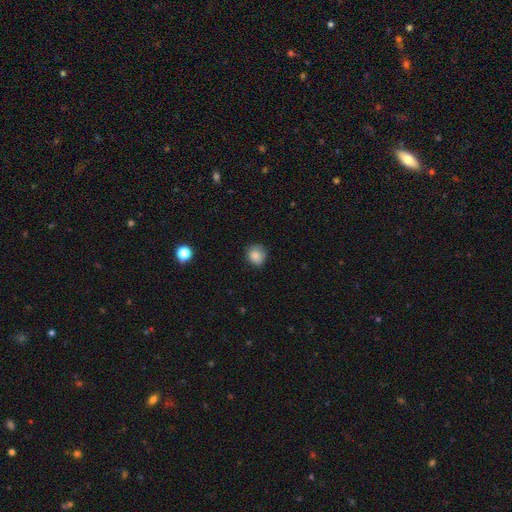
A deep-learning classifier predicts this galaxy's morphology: Q: Smooth or featured?
A: smooth (85%); runner-up: star or artifact (9%)
Q: How rounded?
A: round (78%); runner-up: in between (21%)
Q: Merging?
A: none (73%); runner-up: minor disturbance (22%)